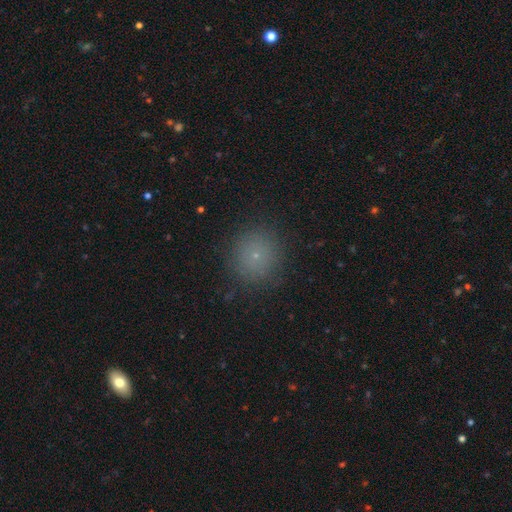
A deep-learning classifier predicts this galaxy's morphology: A smooth galaxy with no disk features (73%) that is round (92%). Merging: none (88%).